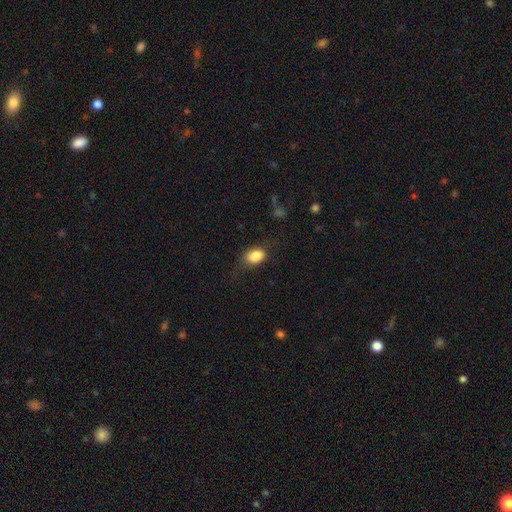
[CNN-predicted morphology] Overall: smooth (85%). How rounded: in between (78%). Merging: none (60%; minor disturbance 25%).